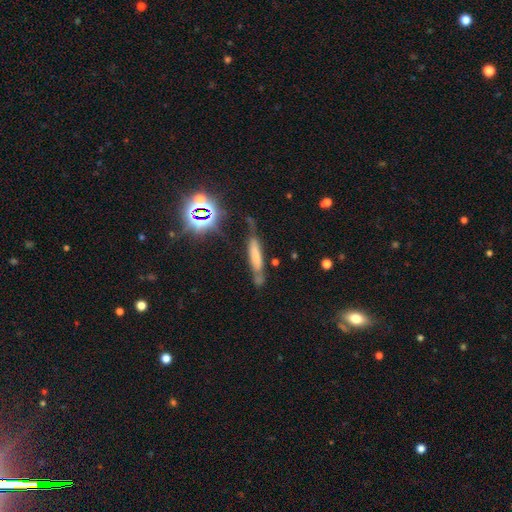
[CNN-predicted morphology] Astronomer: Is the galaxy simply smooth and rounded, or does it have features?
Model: smooth — 55%.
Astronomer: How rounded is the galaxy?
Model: cigar-shaped — 84%.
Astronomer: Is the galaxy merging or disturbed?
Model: none — 53%.